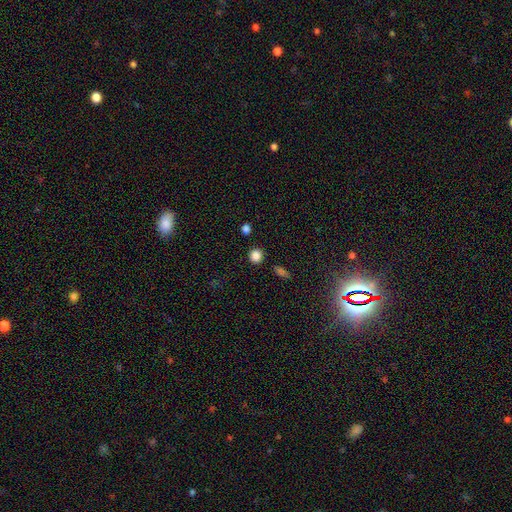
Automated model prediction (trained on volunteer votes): Q: Smooth or featured?
A: smooth (85%); runner-up: star or artifact (11%)
Q: How rounded?
A: round (90%); runner-up: in between (9%)
Q: Merging?
A: none (89%); runner-up: minor disturbance (6%)